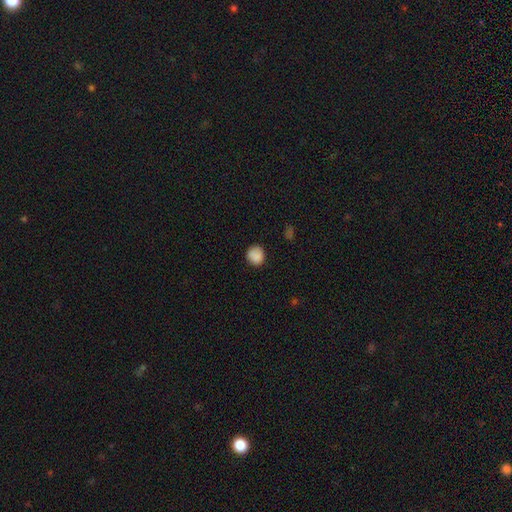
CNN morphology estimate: A smooth galaxy with no disk features (87%) that is round (83%). Merging: none (82%).